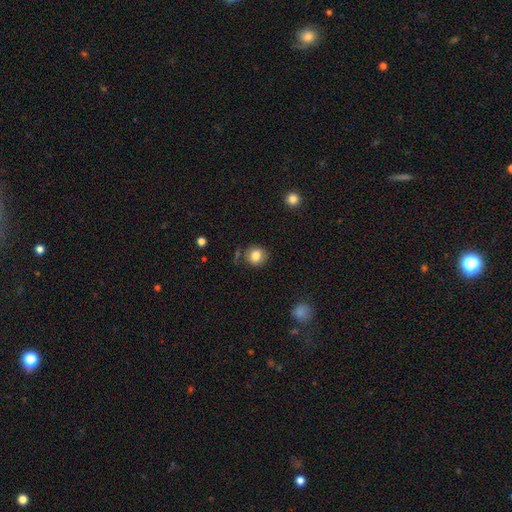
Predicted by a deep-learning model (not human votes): This is clearly a smooth galaxy (82%). How rounded: clearly round (85%). Merging: clearly none (81%).